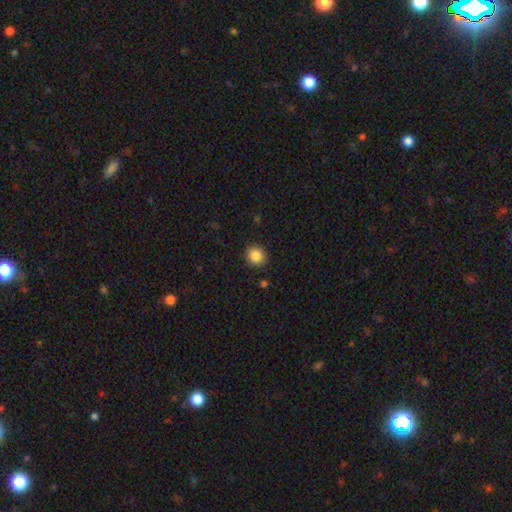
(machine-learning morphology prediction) Smooth or featured? smooth (85%)
How rounded? round (82%)
Merging? none (90%)